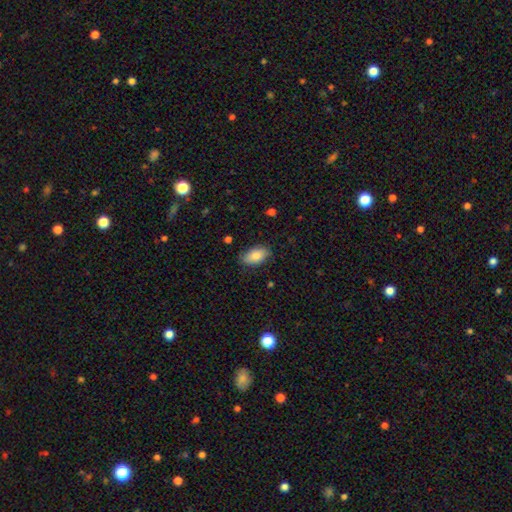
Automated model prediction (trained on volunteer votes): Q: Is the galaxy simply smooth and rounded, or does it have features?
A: smooth — 84%.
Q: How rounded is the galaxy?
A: in between — 93%.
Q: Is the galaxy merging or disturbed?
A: none — 80%.